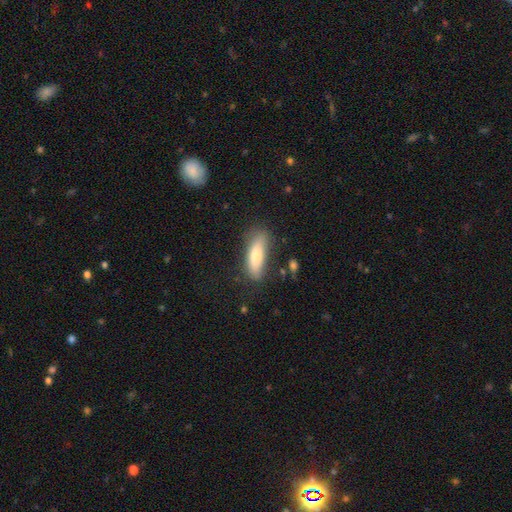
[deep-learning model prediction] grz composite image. It shows a smooth galaxy with no disk features (72%) that is in between round and cigar-shaped (50%). Merging: none (73%).